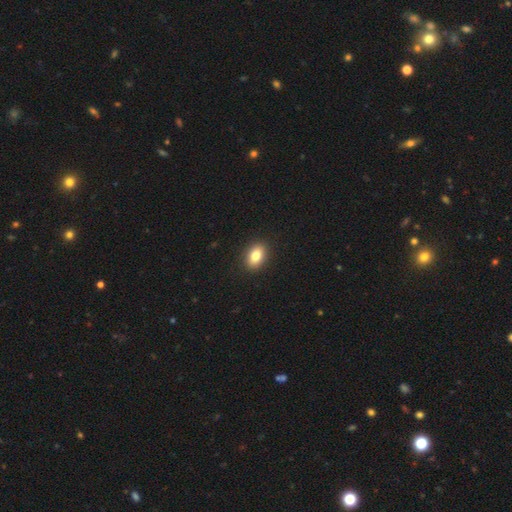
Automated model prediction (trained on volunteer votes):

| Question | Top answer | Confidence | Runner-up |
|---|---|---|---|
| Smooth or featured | smooth | 81% | featured or disk (10%) |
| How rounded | in between | 81% | round (17%) |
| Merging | none | 90% | minor disturbance (7%) |